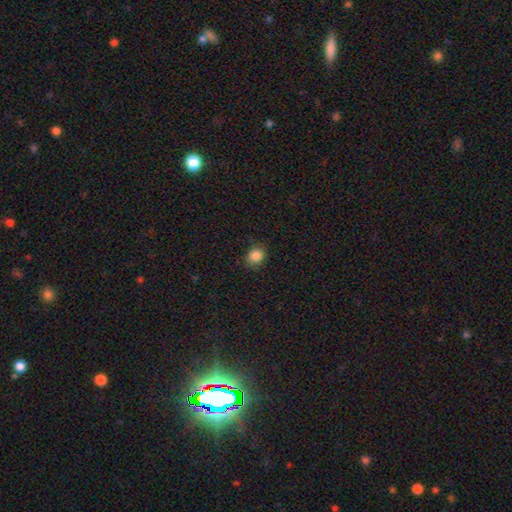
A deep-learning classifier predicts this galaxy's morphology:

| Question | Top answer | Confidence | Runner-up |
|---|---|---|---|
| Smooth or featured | smooth | 86% | star or artifact (11%) |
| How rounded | round | 70% | in between (29%) |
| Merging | none | 82% | minor disturbance (13%) |